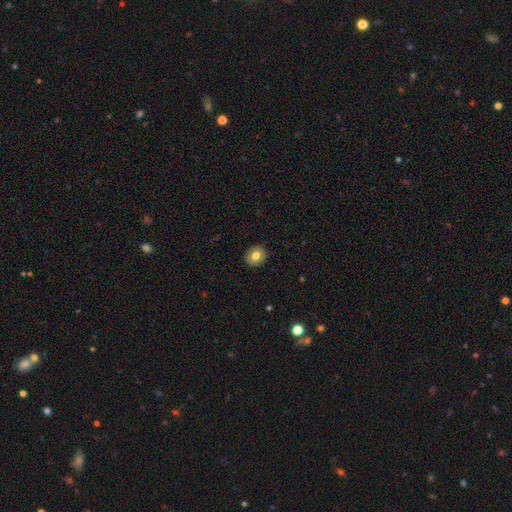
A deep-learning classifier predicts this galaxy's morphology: Smooth or featured? Predicted: smooth (p=0.78). How rounded? Predicted: round (p=0.78). Merging? Predicted: none (p=0.91).